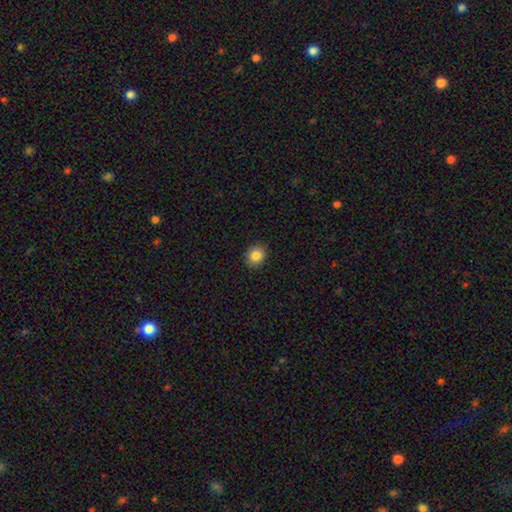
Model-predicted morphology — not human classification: This is clearly a smooth galaxy (85%). How rounded: likely round (67%). Merging: clearly none (90%).